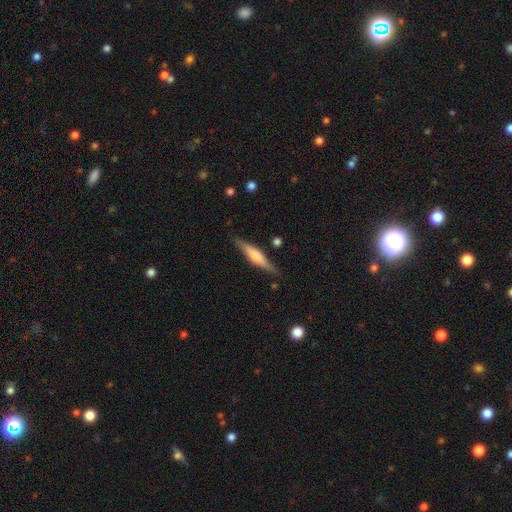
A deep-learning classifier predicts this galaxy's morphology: Overall: featured or disk (55%; smooth 39%). Edge-on disk: yes (96%). Edge-on bulge: rounded (66%). Merging: none (85%).